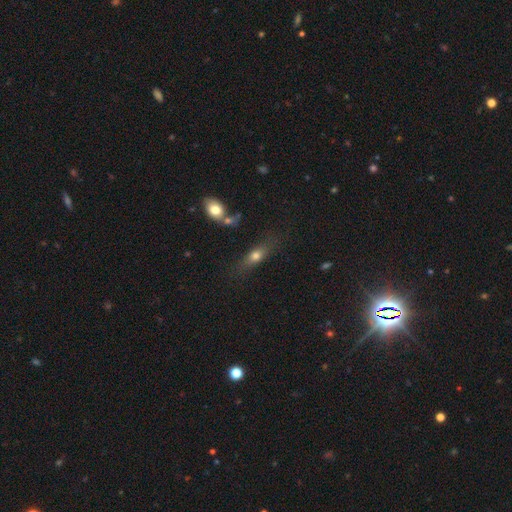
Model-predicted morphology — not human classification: A smooth galaxy with no disk features (65%) that is in between round and cigar-shaped (59%).

Vote fractions:
- Smooth or featured? smooth: 65% / featured or disk: 25% / star or artifact: 10%
- How rounded? in between: 59% / cigar-shaped: 31% / round: 10%
- Merging? none: 65% / minor disturbance: 17% / merger: 10% / major disturbance: 8%